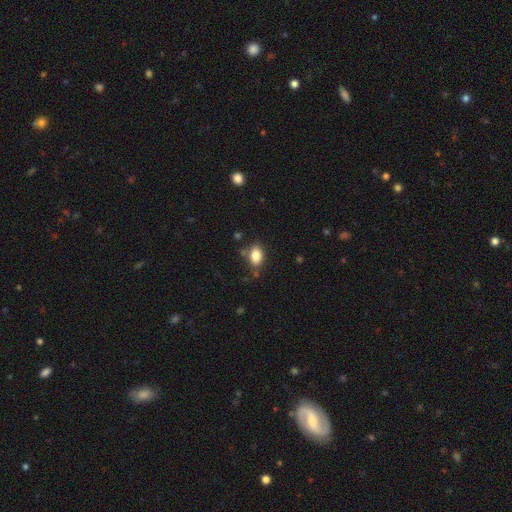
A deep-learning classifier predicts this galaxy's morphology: This is clearly a smooth galaxy (84%). How rounded: clearly in between (81%). Merging: likely none (76%).